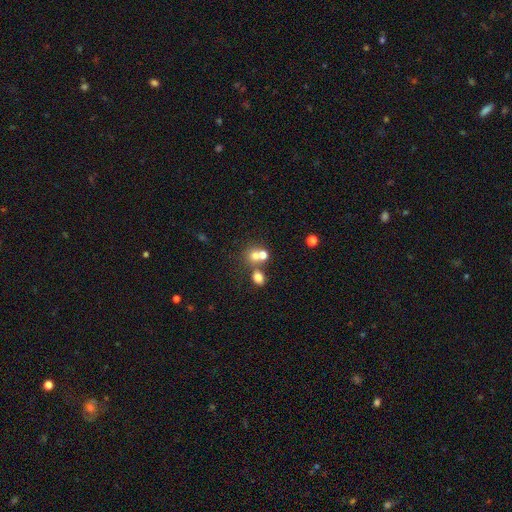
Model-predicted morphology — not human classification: The model was most divided on "merging": merger: 45%, none: 43%, minor disturbance: 8%, major disturbance: 5%. More confident: how rounded — round (75%); smooth or featured — smooth (67%).